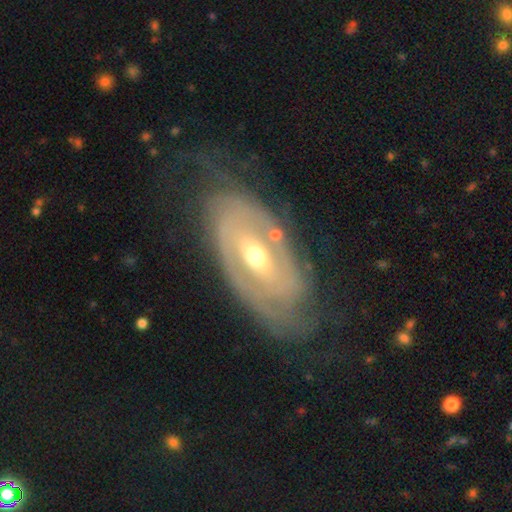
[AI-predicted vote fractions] The model was most divided on "spiral arm count": 2: 43%, can't tell: 39%, 3: 7%, 1: 5%, 4: 3%, more than 4: 3%. Remaining: edge-on disk — no (92%); smooth or featured — featured or disk (82%); spiral arms — yes (77%); spiral winding — tight (66%); merging — none (65%); bulge size — moderate (62%); bar — no (43%).